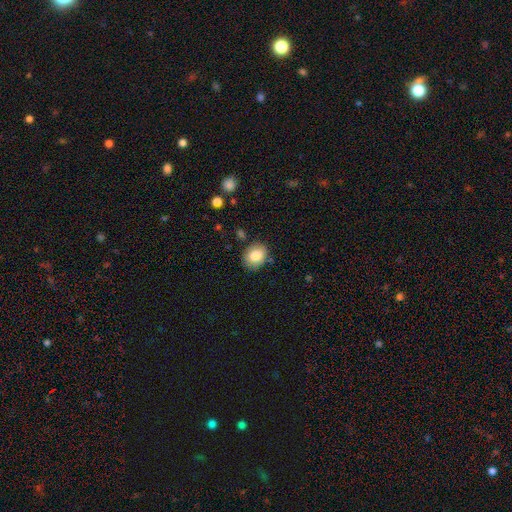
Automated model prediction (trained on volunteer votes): Smooth or featured?
  - smooth: 83% *
  - featured or disk: 9%
  - star or artifact: 8%
How rounded?
  - in between: 52% *
  - round: 47%
  - cigar-shaped: 1%
Merging?
  - none: 80% *
  - minor disturbance: 14%
  - major disturbance: 3%
  - merger: 3%